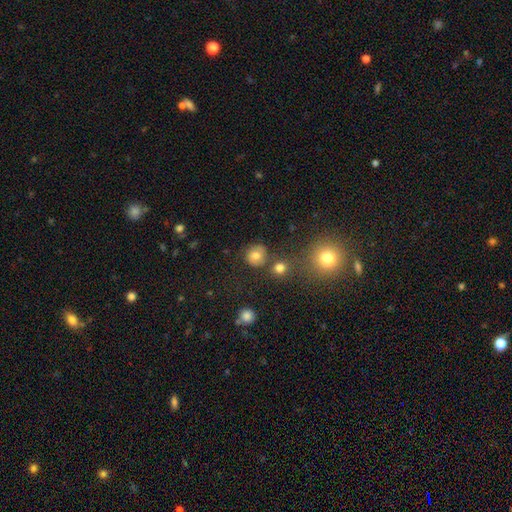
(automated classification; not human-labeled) Overall: smooth (77%). How rounded: round (86%). Merging: none (74%).